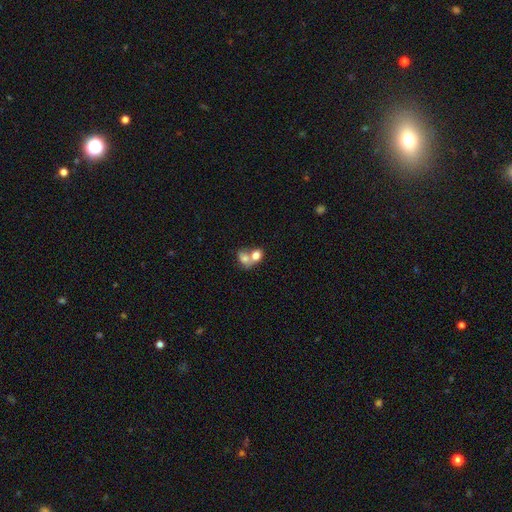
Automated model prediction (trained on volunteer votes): This appears to be a smooth galaxy with no disk features (74%) that is in between round and cigar-shaped (54%). Merging: merger (69%).